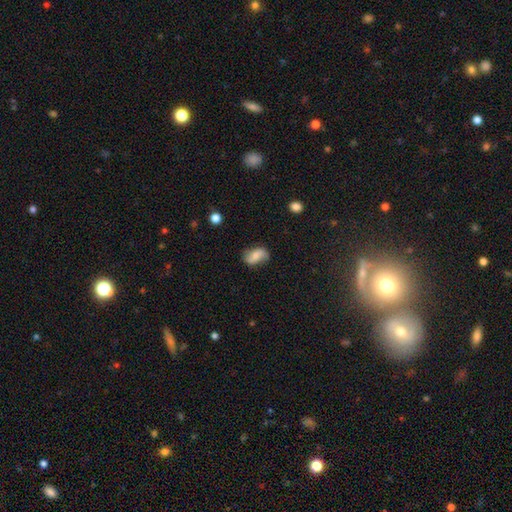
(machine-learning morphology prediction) smooth_or_featured: smooth (p=0.48) [alt: featured or disk p=0.43]
merging: none (p=0.67) [alt: minor disturbance p=0.23]